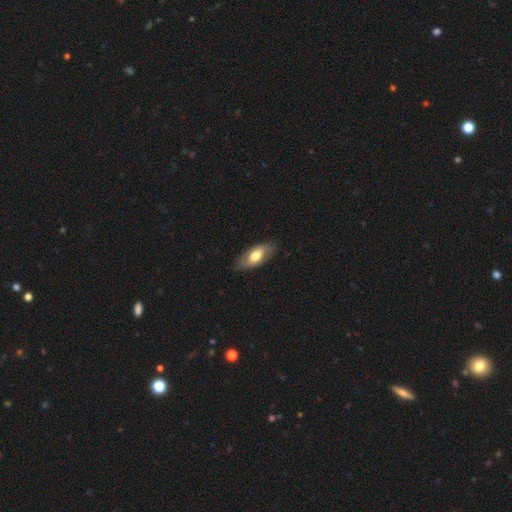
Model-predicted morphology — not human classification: The model was most divided on "smooth or featured": smooth: 64%, featured or disk: 30%, star or artifact: 6%. More confident: how rounded — in between (86%); merging — none (82%).